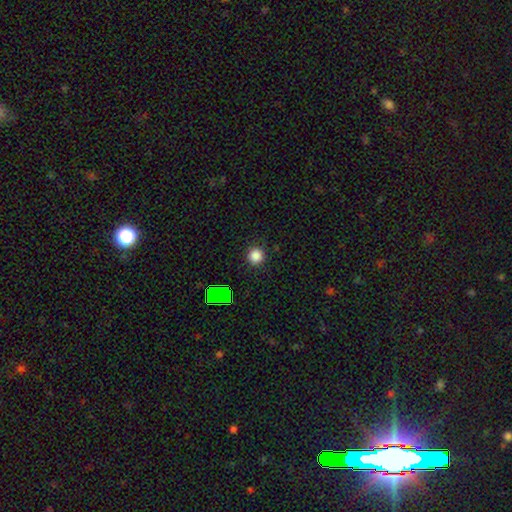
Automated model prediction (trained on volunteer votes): Overall: smooth (81%). How rounded: round (95%). Merging: none (89%).